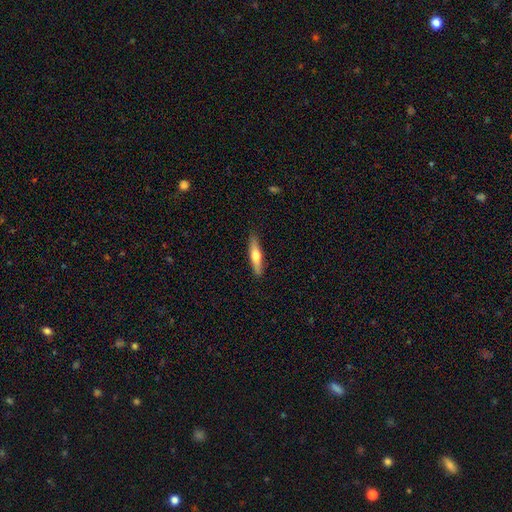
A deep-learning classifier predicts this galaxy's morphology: Q: Smooth or featured?
A: smooth (51%); runner-up: featured or disk (43%)
Q: How rounded?
A: cigar-shaped (82%); runner-up: in between (16%)
Q: Merging?
A: none (90%); runner-up: minor disturbance (8%)